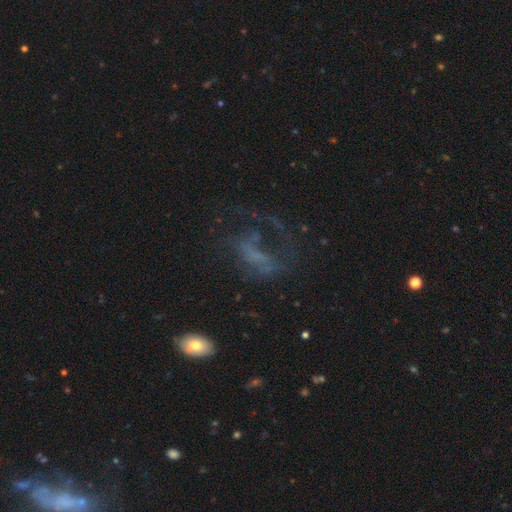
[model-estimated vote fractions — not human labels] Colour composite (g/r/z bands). It shows a featured or disk galaxy (54%) with no bar (72%), no spiral arms (64%) and no central bulge (68%). Merging: major disturbance (50%).